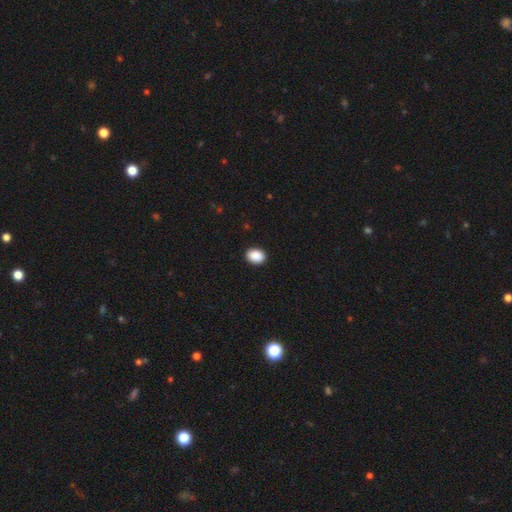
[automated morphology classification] Smooth or featured? Predicted: smooth (p=0.90). How rounded? Predicted: in between (p=0.67). Merging? Predicted: none (p=0.91).